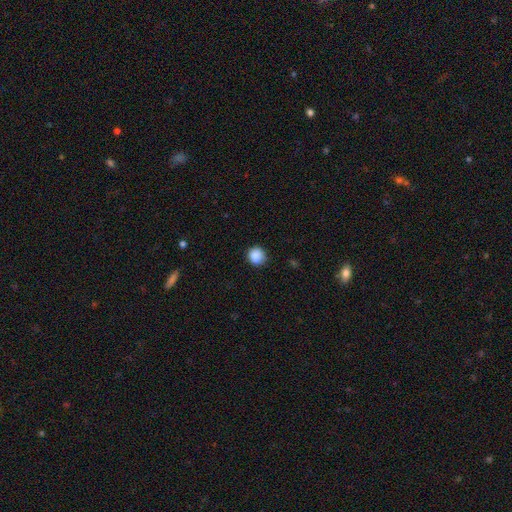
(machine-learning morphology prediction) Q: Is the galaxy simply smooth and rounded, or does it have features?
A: smooth — 88%.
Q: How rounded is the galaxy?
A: round — 89%.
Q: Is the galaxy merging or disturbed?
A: none — 86%.